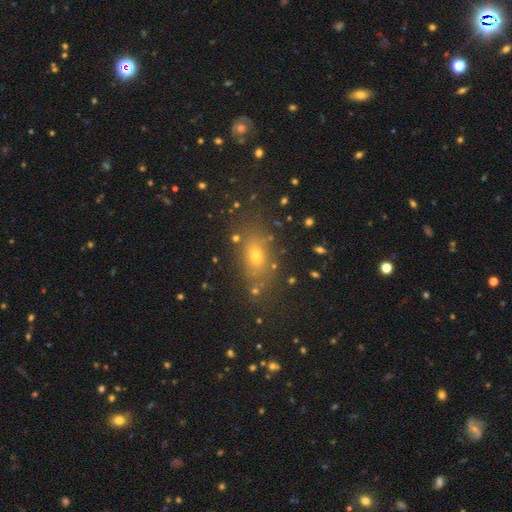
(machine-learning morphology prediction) The model was most divided on "smooth or featured": smooth: 66%, star or artifact: 19%, featured or disk: 15%. More confident: merging — none (80%); how rounded — in between (73%).